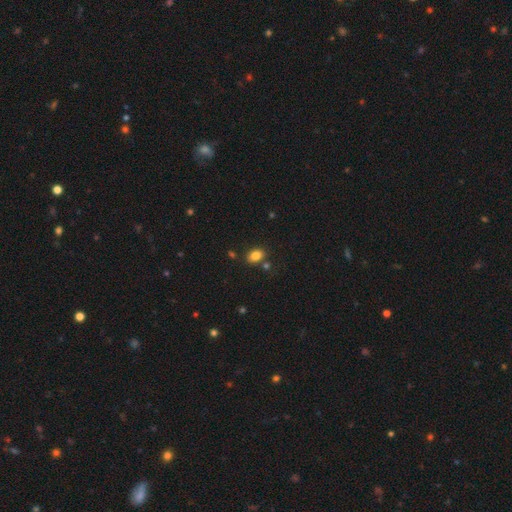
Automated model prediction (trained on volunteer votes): smooth-or-featured: smooth: 83% | star or artifact: 11% | featured or disk: 6%
  how-rounded: in between: 76% | round: 23% | cigar-shaped: 1%
  merging: none: 77% | minor disturbance: 11% | merger: 8% | major disturbance: 3%